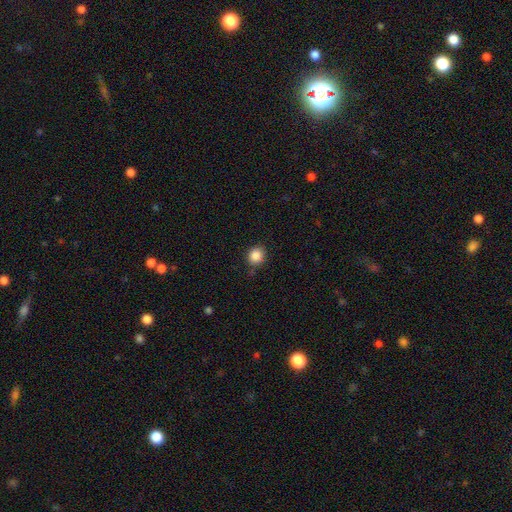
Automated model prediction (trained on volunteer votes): smooth-or-featured: smooth: 86% | star or artifact: 10% | featured or disk: 4%
  how-rounded: round: 82% | in between: 17% | cigar-shaped: 1%
  merging: none: 81% | minor disturbance: 14% | major disturbance: 3% | merger: 2%